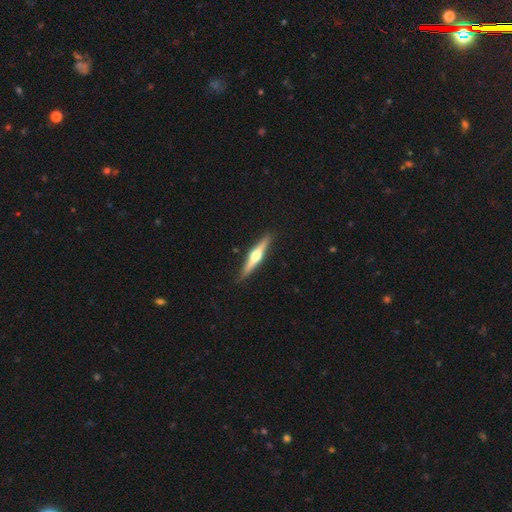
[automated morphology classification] type=featured or disk (71%); edge-on=yes (98%); edge-on bulge=rounded (95%); merging=none (90%).